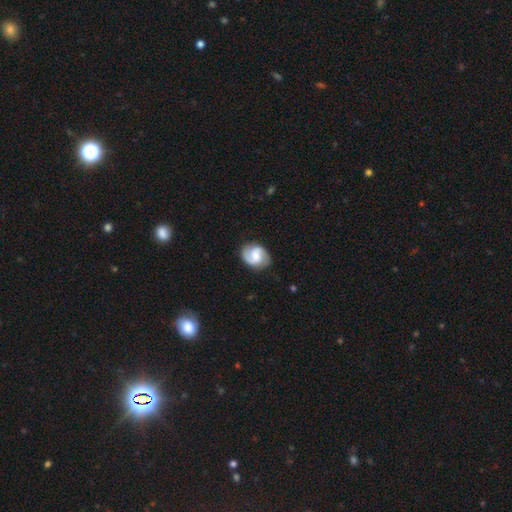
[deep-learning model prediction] Smooth or featured?
  - featured or disk: 76% *
  - smooth: 19%
  - star or artifact: 6%
Edge-on disk?
  - no: 98% *
  - yes: 2%
Bar?
  - weak: 47% *
  - no: 42%
  - strong: 11%
Spiral arms?
  - yes: 96% *
  - no: 4%
Spiral winding?
  - medium: 49% *
  - tight: 27%
  - loose: 24%
Spiral arm count?
  - 2: 92% *
  - can't tell: 4%
  - 1: 2%
  - 3: 1%
  - 4: 1%
  - more than 4: 1%
Bulge size?
  - moderate: 49% *
  - small: 33%
  - large: 8%
  - none: 8%
  - dominant: 2%
Merging?
  - none: 84% *
  - minor disturbance: 12%
  - major disturbance: 3%
  - merger: 1%